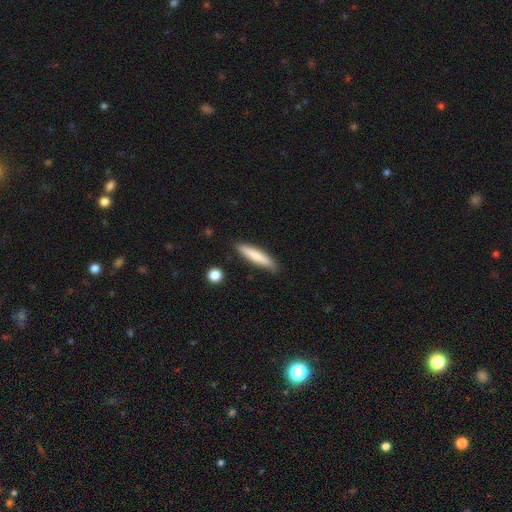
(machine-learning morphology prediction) smooth-or-featured: smooth: 77% | featured or disk: 17% | star or artifact: 6%
  how-rounded: cigar-shaped: 87% | in between: 12% | round: 1%
  merging: none: 85% | minor disturbance: 11% | major disturbance: 2% | merger: 2%